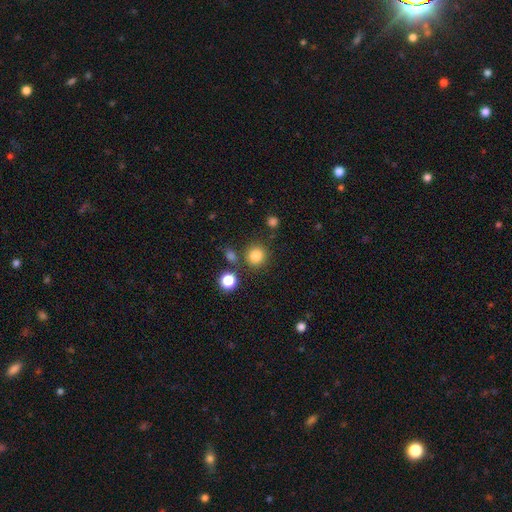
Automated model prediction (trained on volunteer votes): Overall: smooth (83%). How rounded: round (92%). Merging: none (81%).